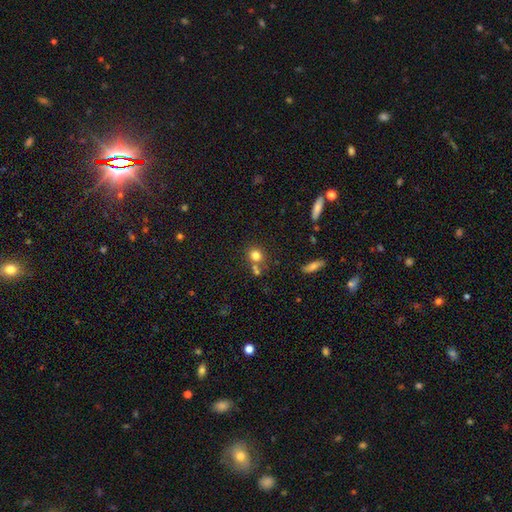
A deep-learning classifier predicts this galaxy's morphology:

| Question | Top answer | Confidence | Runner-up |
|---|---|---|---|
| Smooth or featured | smooth | 79% | star or artifact (13%) |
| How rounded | round | 83% | in between (16%) |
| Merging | none | 61% | merger (25%) |